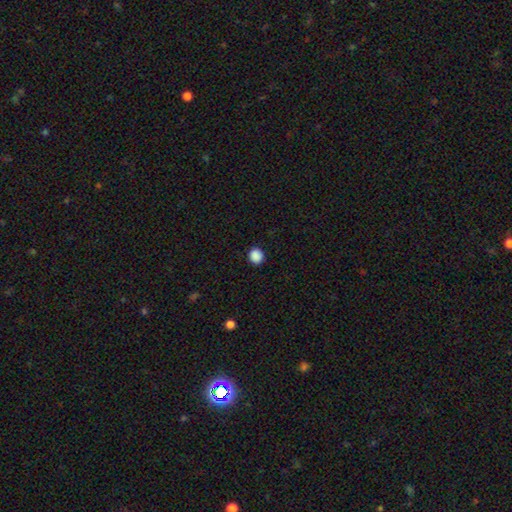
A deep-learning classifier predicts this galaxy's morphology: The model was most divided on "how rounded": round: 83%, in between: 16%, cigar-shaped: 1%. More confident: merging — none (91%); smooth or featured — smooth (88%).